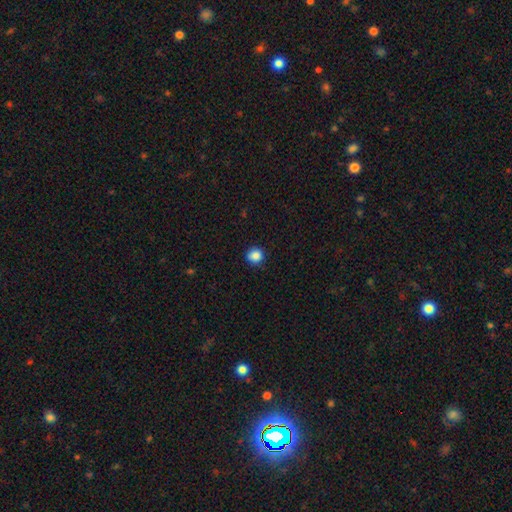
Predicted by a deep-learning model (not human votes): Q: Smooth or featured?
A: smooth (86%); runner-up: star or artifact (10%)
Q: How rounded?
A: round (88%); runner-up: in between (11%)
Q: Merging?
A: none (85%); runner-up: minor disturbance (12%)